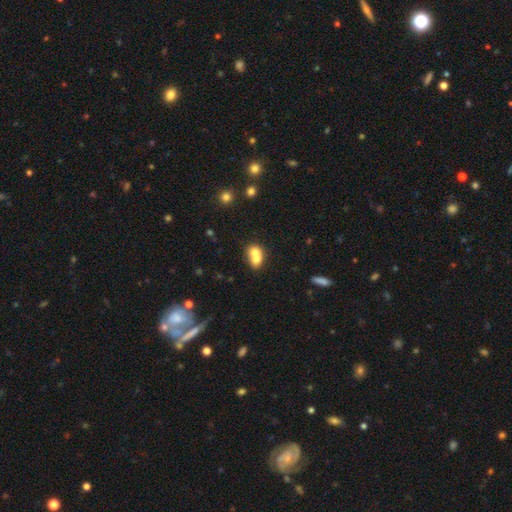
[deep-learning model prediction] Overall: smooth (69%). How rounded: in between (50%; round 49%). Merging: merger (70%).